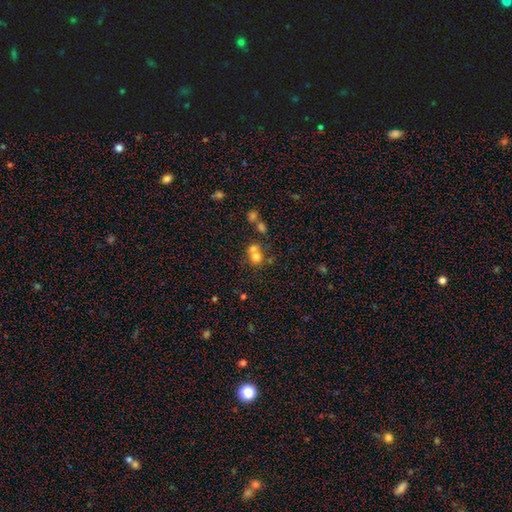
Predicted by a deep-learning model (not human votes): A smooth galaxy with no disk features (68%) that is round (82%).

Vote fractions:
- Smooth or featured? smooth: 68% / star or artifact: 17% / featured or disk: 15%
- How rounded? round: 82% / in between: 17% / cigar-shaped: 1%
- Merging? merger: 48% / none: 41% / minor disturbance: 7% / major disturbance: 4%